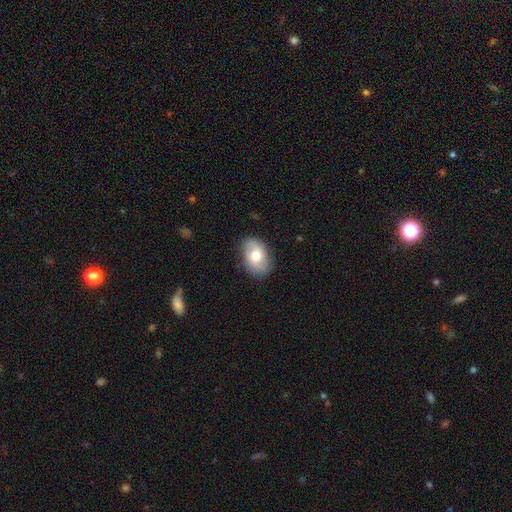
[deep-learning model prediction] The model was most divided on "smooth or featured": smooth: 61%, featured or disk: 32%, star or artifact: 7%. More confident: how rounded — in between (83%); merging — none (79%).